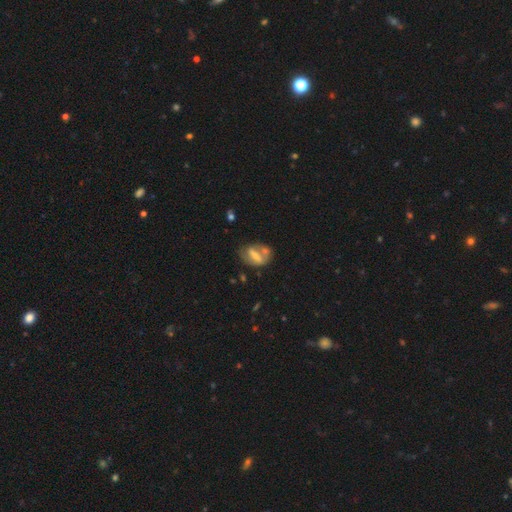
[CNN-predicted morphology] This appears to be a featured or disk galaxy (53%). Merging: none (39%).